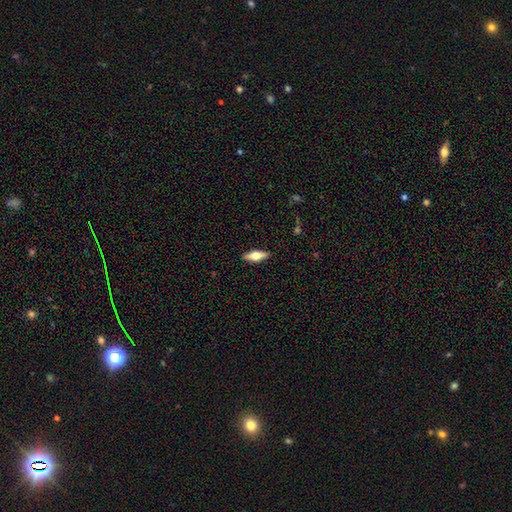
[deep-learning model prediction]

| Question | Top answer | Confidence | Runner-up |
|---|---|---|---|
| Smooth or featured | smooth | 52% | featured or disk (42%) |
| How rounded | in between | 59% | cigar-shaped (38%) |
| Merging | none | 89% | minor disturbance (8%) |